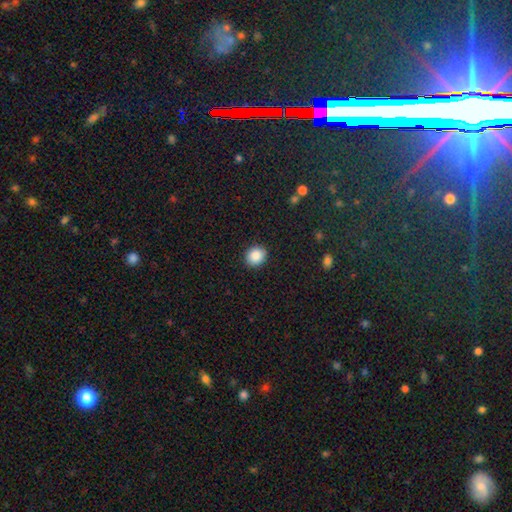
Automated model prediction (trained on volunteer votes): Smooth or featured: smooth — 88% (star or artifact — 8%)
How rounded: round — 75% (in between — 25%)
Merging: none — 90% (minor disturbance — 7%)